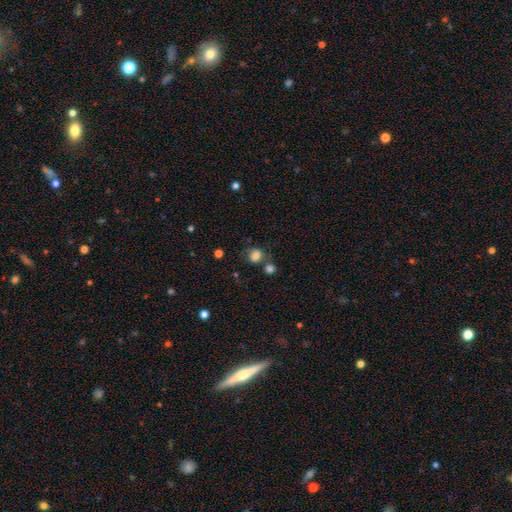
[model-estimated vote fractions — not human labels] Smooth or featured?
  - smooth: 80% *
  - star or artifact: 12%
  - featured or disk: 8%
How rounded?
  - round: 69% *
  - in between: 30%
  - cigar-shaped: 1%
Merging?
  - none: 59% *
  - merger: 18%
  - minor disturbance: 16%
  - major disturbance: 7%